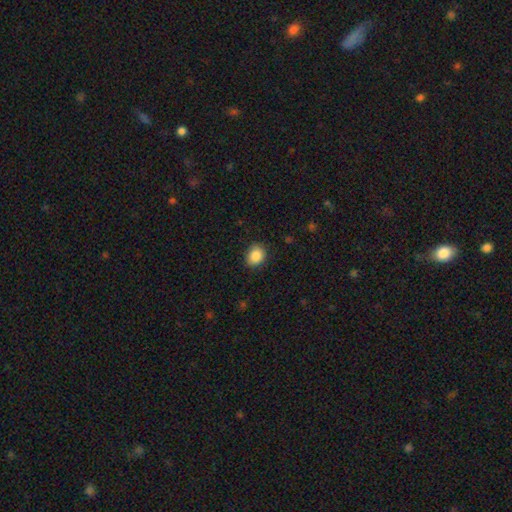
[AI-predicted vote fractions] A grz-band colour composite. It shows a smooth galaxy with no disk features (88%) that is round (56%). Merging: none (86%).